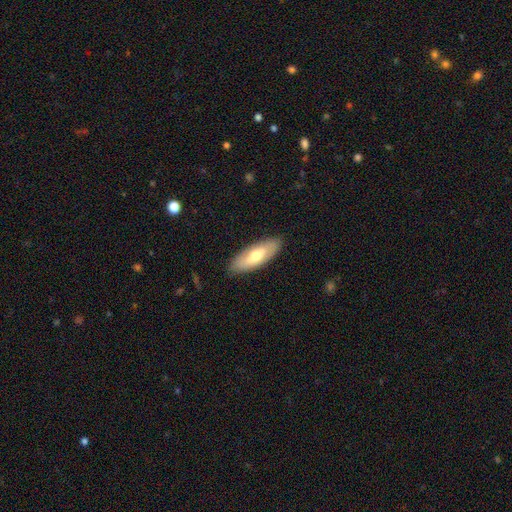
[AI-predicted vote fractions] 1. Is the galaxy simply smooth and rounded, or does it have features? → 60% smooth, 34% featured or disk, 5% star or artifact.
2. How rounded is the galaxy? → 70% in between, 27% cigar-shaped, 2% round.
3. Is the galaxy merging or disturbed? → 87% none, 10% minor disturbance, 2% major disturbance, 1% merger.